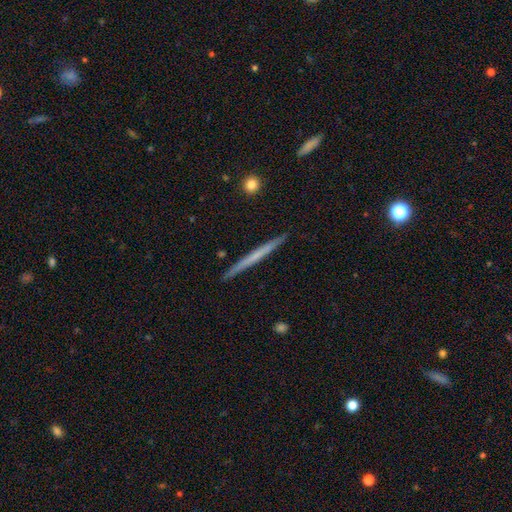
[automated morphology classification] The model was most divided on "smooth or featured": featured or disk: 51%, smooth: 44%, star or artifact: 5%. More confident: edge-on disk — yes (97%); merging — none (91%).